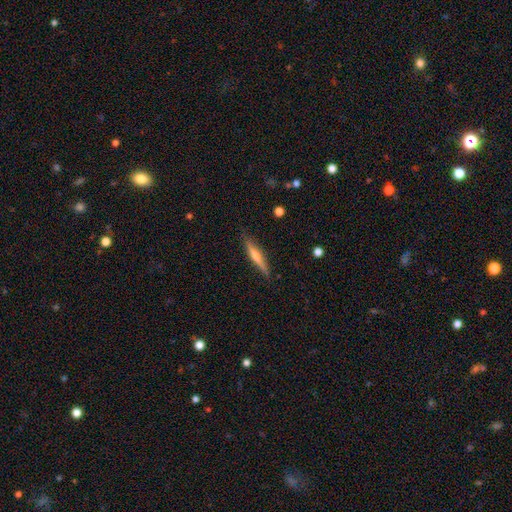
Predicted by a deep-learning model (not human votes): smooth-or-featured: featured or disk: 56% | smooth: 38% | star or artifact: 6%
  disk-edge-on: yes: 96% | no: 4%
    edge-on-bulge: rounded: 78% | none: 16% | boxy: 6%
  merging: none: 87% | minor disturbance: 10% | major disturbance: 2% | merger: 1%